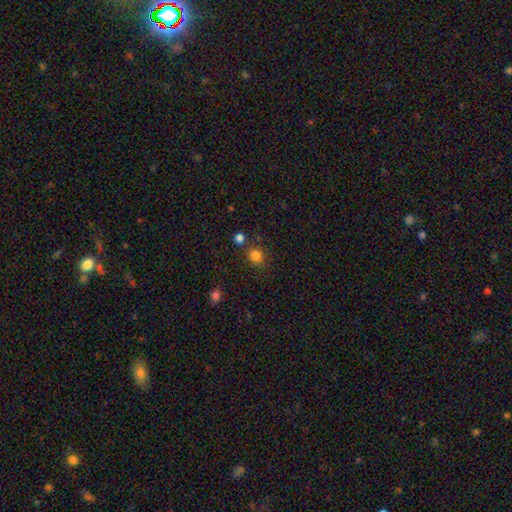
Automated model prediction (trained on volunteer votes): smooth-or-featured: smooth: 81% | star or artifact: 14% | featured or disk: 5%
  how-rounded: round: 80% | in between: 19% | cigar-shaped: 1%
  merging: none: 75% | merger: 11% | minor disturbance: 10% | major disturbance: 4%